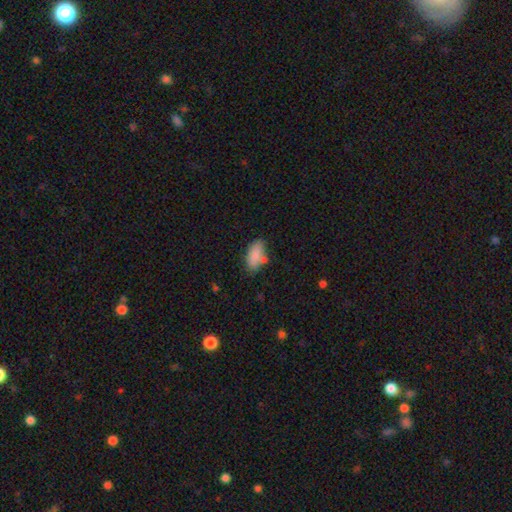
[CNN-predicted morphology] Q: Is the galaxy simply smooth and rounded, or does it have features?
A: smooth — 84%.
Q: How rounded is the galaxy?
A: in between — 89%.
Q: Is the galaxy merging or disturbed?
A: none — 64%.